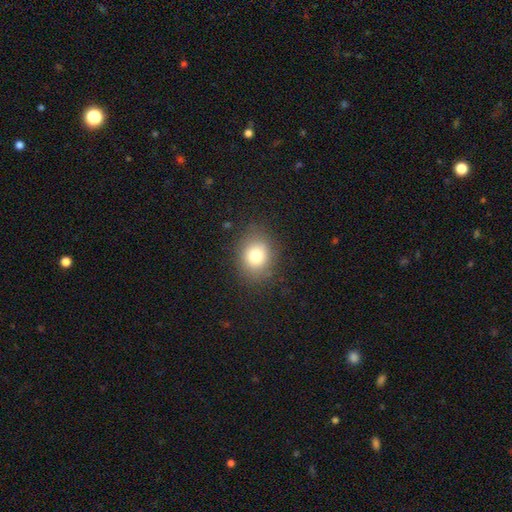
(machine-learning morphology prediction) Q: Smooth or featured?
A: smooth (80%); runner-up: star or artifact (11%)
Q: How rounded?
A: round (55%); runner-up: in between (44%)
Q: Merging?
A: none (82%); runner-up: minor disturbance (12%)